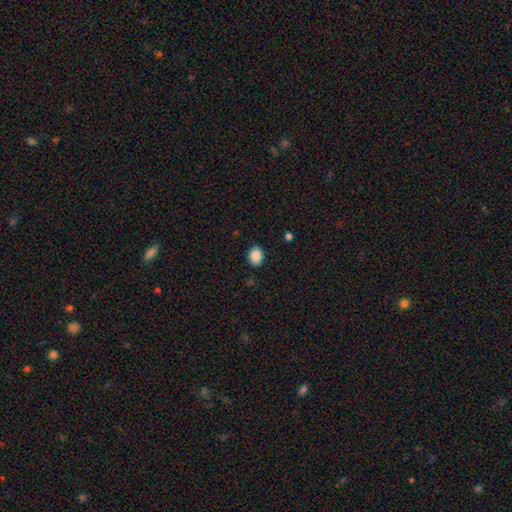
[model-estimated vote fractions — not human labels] This appears to be a smooth galaxy with no disk features (89%) that is in between round and cigar-shaped (56%). Merging: none (88%).